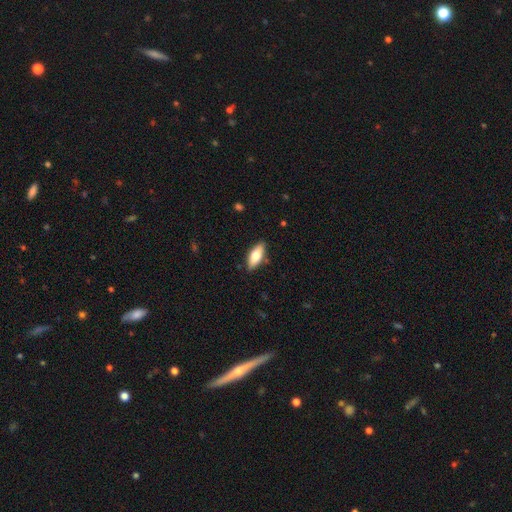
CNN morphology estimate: Smooth or featured? Predicted: smooth (p=0.72). How rounded? Predicted: in between (p=0.76). Merging? Predicted: none (p=0.86).